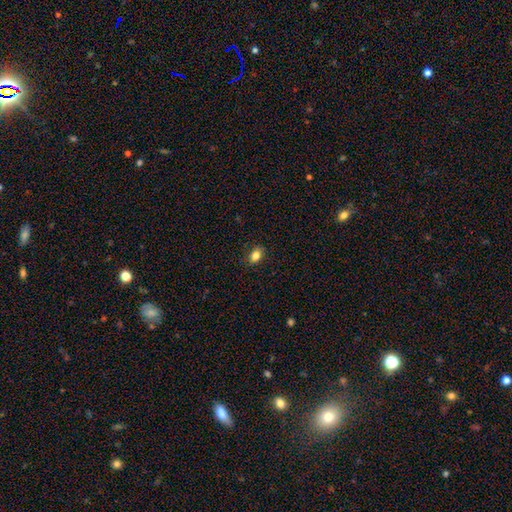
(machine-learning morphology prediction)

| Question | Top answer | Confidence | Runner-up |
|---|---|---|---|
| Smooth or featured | smooth | 83% | star or artifact (10%) |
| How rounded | in between | 78% | round (19%) |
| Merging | none | 85% | minor disturbance (11%) |